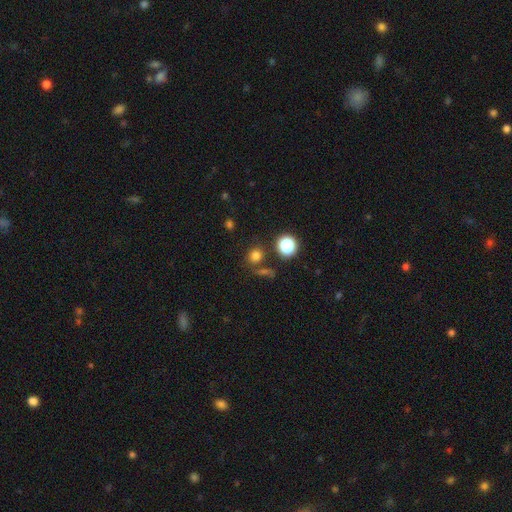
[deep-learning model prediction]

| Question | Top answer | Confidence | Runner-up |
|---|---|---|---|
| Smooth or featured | smooth | 76% | star or artifact (18%) |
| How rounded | round | 84% | in between (15%) |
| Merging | none | 75% | merger (11%) |